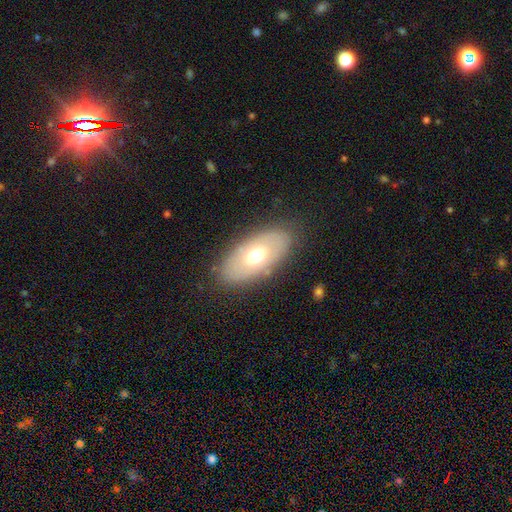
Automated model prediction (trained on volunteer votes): Overall: smooth (55%; featured or disk 38%). How rounded: in between (91%). Merging: none (82%).